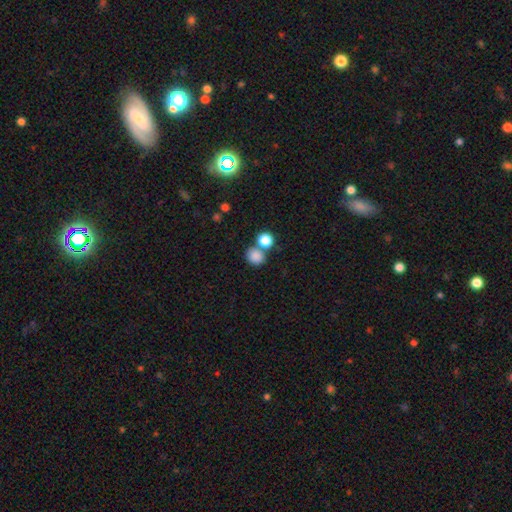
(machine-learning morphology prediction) smooth 84%, star or artifact 11%, featured or disk 5%. Down the decision tree: how rounded — round (78%); merging — none (59%).